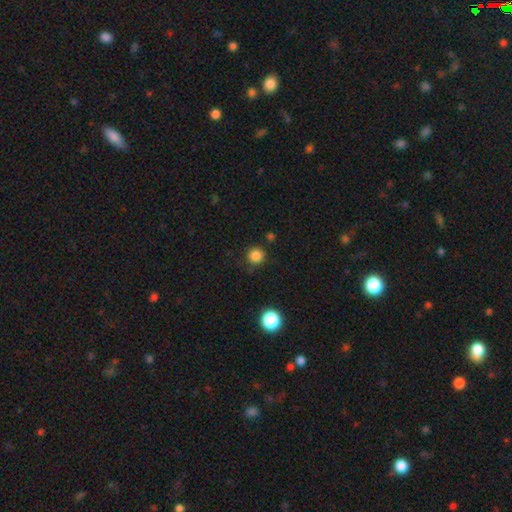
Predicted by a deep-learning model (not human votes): Smooth or featured: smooth — 84% (star or artifact — 12%)
How rounded: round — 95% (in between — 5%)
Merging: none — 84% (minor disturbance — 10%)